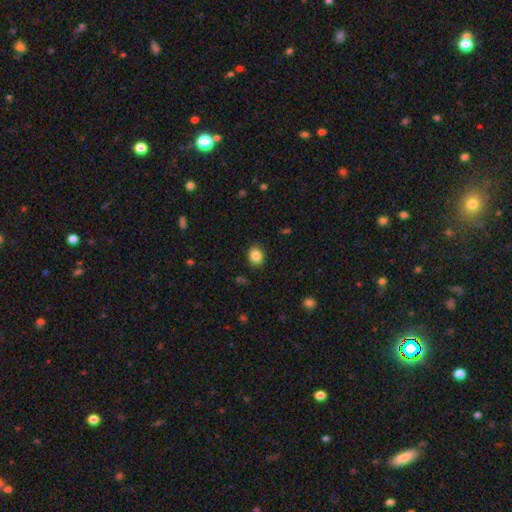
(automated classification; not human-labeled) smooth_or_featured: smooth (p=0.86) [alt: star or artifact p=0.10]
how_rounded: round (p=0.51) [alt: in between p=0.48]
merging: none (p=0.86) [alt: minor disturbance p=0.10]